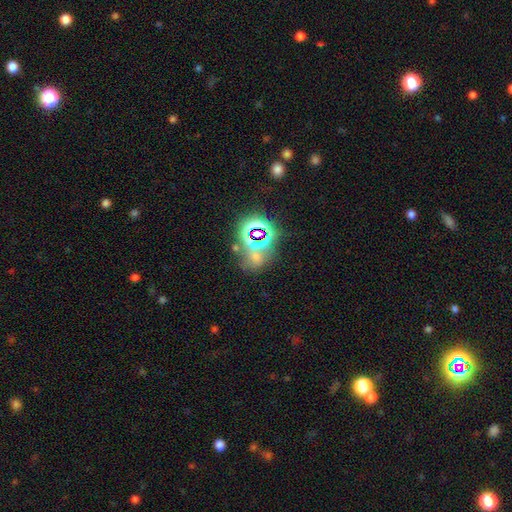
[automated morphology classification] type=star or artifact (68%).